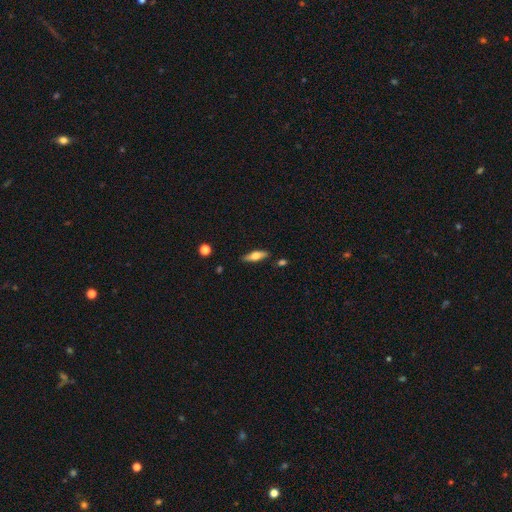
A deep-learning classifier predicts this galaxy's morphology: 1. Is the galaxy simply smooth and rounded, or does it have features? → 55% smooth, 38% featured or disk, 7% star or artifact.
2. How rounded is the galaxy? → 51% cigar-shaped, 47% in between, 3% round.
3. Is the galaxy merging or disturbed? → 84% none, 11% minor disturbance, 3% merger, 2% major disturbance.